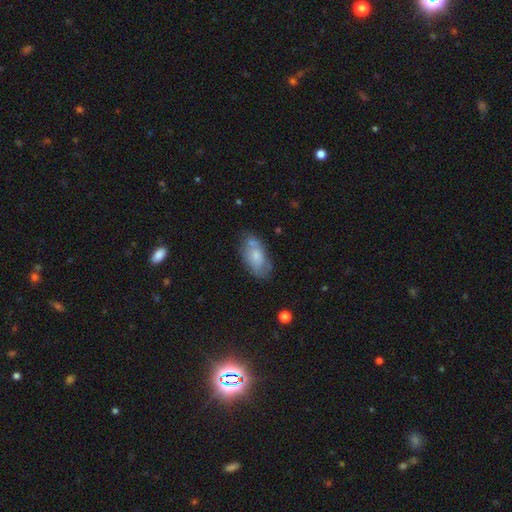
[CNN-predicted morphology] smooth-or-featured: smooth: 64% | featured or disk: 29% | star or artifact: 7%
  how-rounded: in between: 90% | cigar-shaped: 6% | round: 3%
  merging: none: 59% | minor disturbance: 24% | merger: 10% | major disturbance: 7%